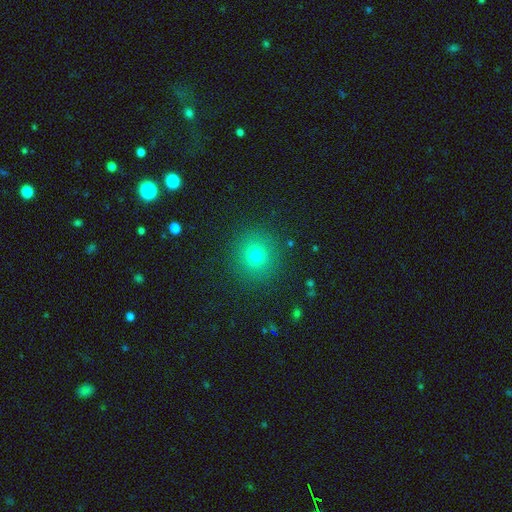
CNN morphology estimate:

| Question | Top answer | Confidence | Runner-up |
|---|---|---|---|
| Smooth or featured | smooth | 75% | star or artifact (17%) |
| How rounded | round | 93% | in between (6%) |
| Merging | none | 90% | minor disturbance (6%) |